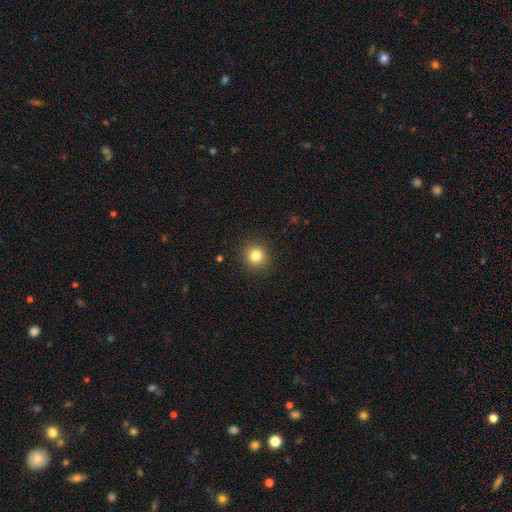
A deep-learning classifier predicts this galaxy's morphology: Smooth or featured? smooth (82%)
How rounded? round (90%)
Merging? none (91%)